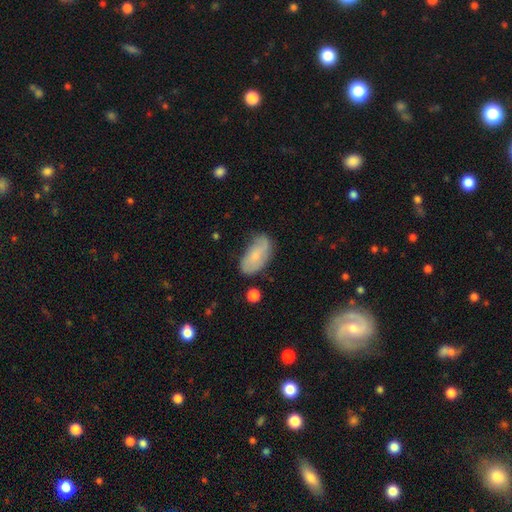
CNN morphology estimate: This is likely a smooth galaxy (64%). How rounded: clearly in between (93%). Merging: possibly none (57%).